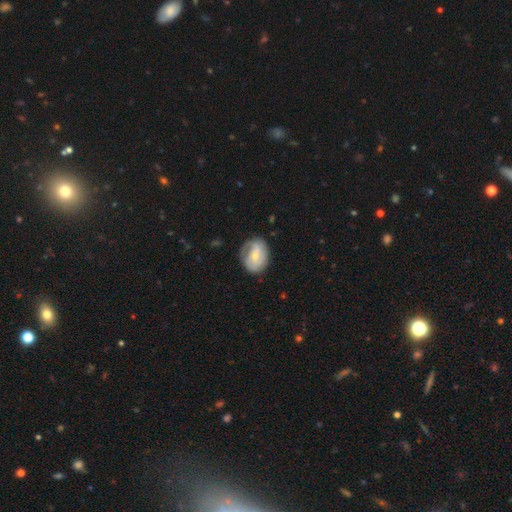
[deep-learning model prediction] Smooth or featured? featured or disk (60%)
Edge-on disk? no (96%)
Bar? no (52%)
Spiral arms? yes (77%)
Bulge size? small (57%)
Merging? none (64%)